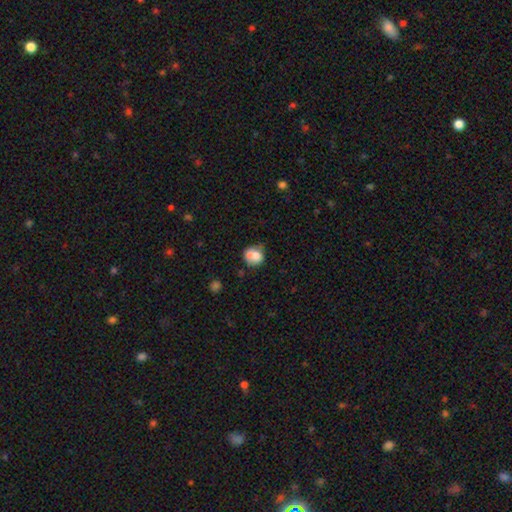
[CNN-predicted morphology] Overall: smooth (72%). How rounded: round (66%; in between 33%). Merging: none (40%; merger 36%).